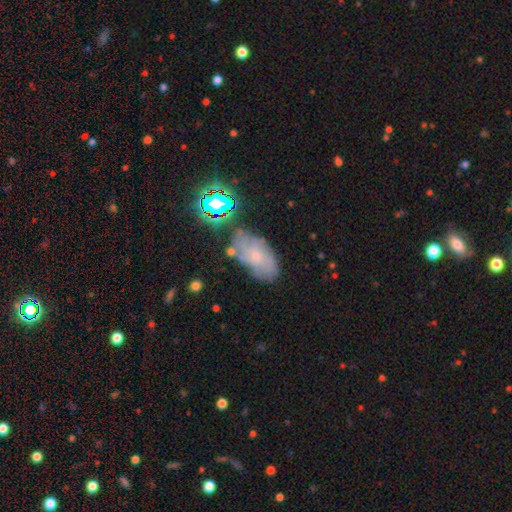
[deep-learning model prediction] The model was most divided on "smooth or featured": featured or disk: 45%, smooth: 38%, star or artifact: 17%. More confident: merging — none (58%).